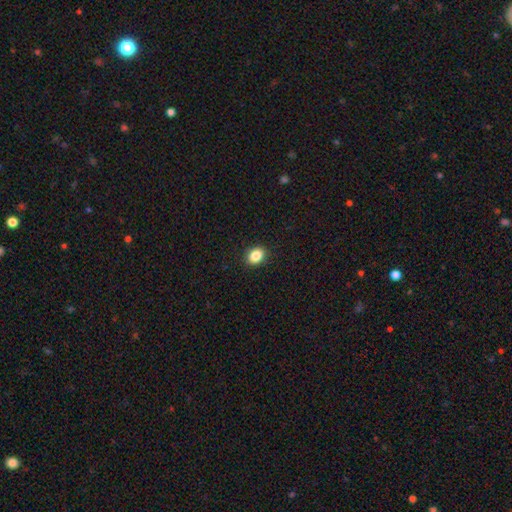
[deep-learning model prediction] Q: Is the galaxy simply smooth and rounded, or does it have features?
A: smooth — 86%.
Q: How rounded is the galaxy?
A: in between — 56%.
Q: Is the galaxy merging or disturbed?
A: none — 91%.